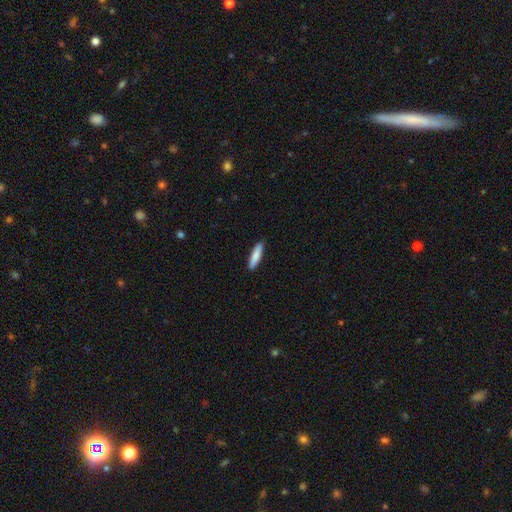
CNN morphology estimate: Smooth or featured? smooth (83%)
How rounded? cigar-shaped (82%)
Merging? none (91%)